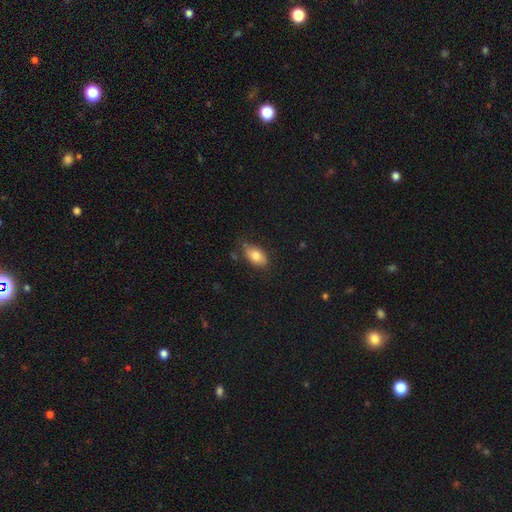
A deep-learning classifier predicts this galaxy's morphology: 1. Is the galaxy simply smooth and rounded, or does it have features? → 80% smooth, 12% featured or disk, 8% star or artifact.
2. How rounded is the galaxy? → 91% in between, 6% round, 3% cigar-shaped.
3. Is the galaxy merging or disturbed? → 73% none, 20% minor disturbance, 4% major disturbance, 3% merger.